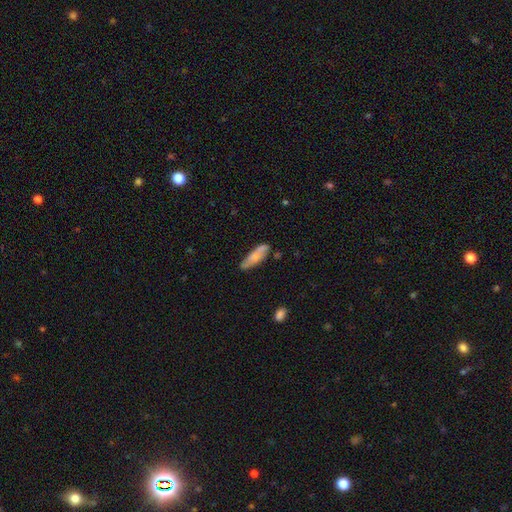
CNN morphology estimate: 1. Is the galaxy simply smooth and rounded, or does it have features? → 69% smooth, 25% featured or disk, 6% star or artifact.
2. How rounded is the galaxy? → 55% cigar-shaped, 43% in between, 2% round.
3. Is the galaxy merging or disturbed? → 70% none, 23% minor disturbance, 4% major disturbance, 3% merger.